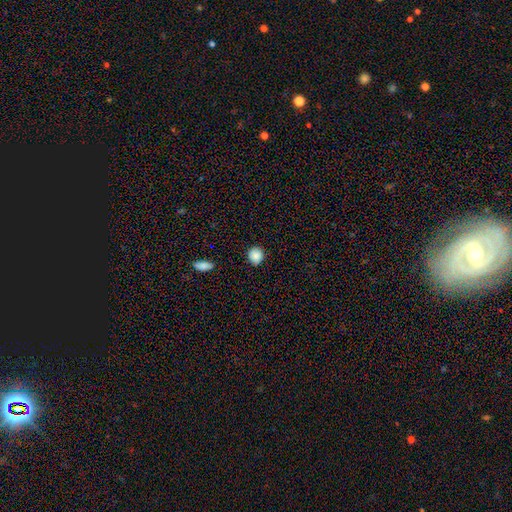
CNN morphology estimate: smooth 88%, star or artifact 9%, featured or disk 3%. Down the decision tree: how rounded — round (85%); merging — none (87%).